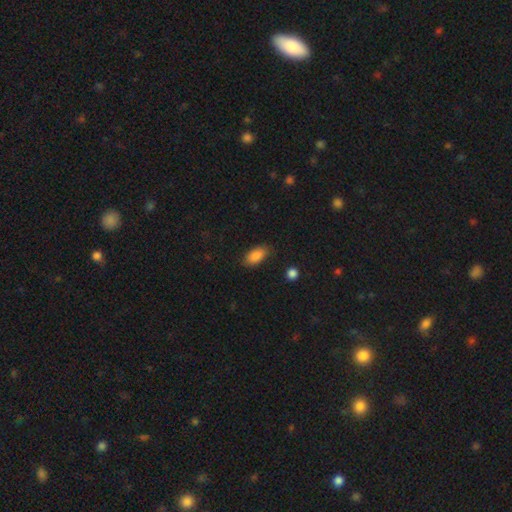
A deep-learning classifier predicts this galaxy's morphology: Smooth or featured: smooth — 87% (star or artifact — 8%)
How rounded: in between — 91% (cigar-shaped — 5%)
Merging: none — 81% (minor disturbance — 14%)